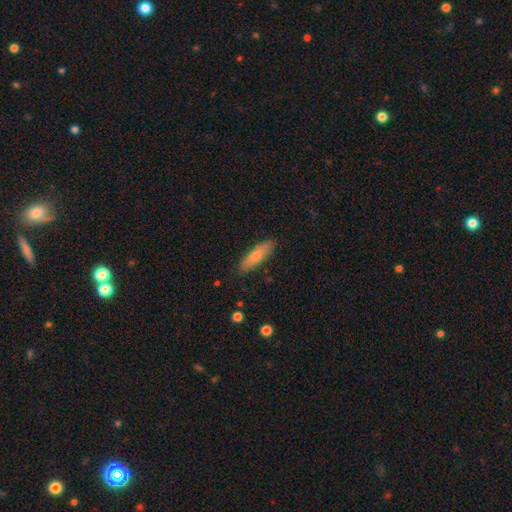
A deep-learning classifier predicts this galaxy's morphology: A smooth galaxy with no disk features (78%) that is cigar-shaped (63%). Merging: none (86%).